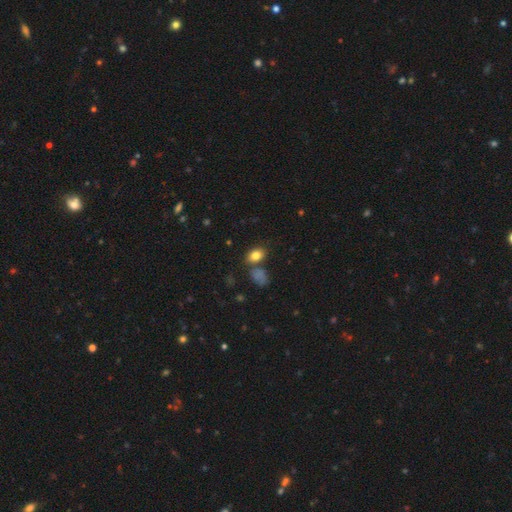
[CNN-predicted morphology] A smooth galaxy with no disk features (82%) that is in between round and cigar-shaped (77%).

Vote fractions:
- Smooth or featured? smooth: 82% / star or artifact: 10% / featured or disk: 8%
- How rounded? in between: 77% / round: 21% / cigar-shaped: 1%
- Merging? none: 69% / minor disturbance: 14% / merger: 13% / major disturbance: 4%